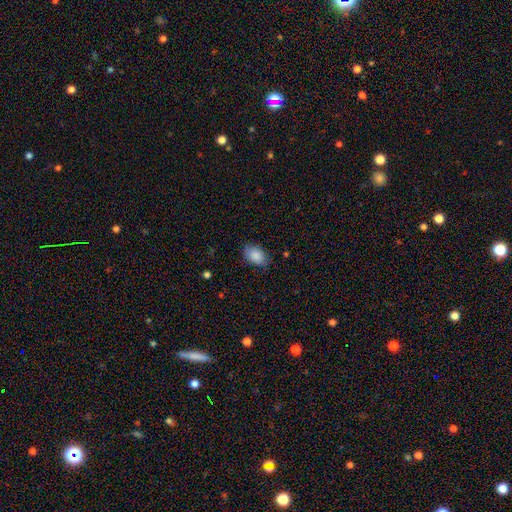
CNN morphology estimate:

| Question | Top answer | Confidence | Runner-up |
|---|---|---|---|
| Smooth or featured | smooth | 88% | star or artifact (7%) |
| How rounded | in between | 89% | round (10%) |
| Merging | none | 79% | minor disturbance (17%) |